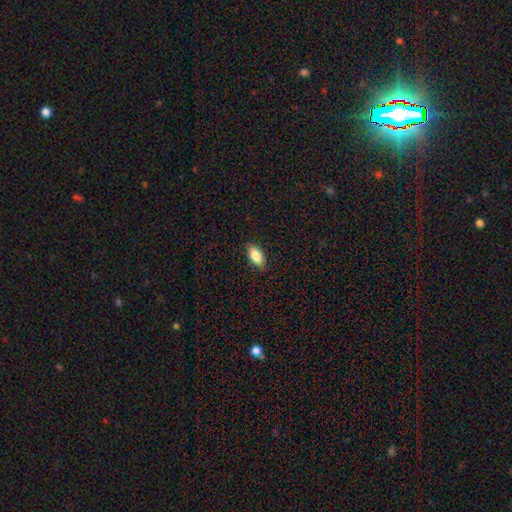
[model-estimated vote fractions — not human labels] Smooth or featured? Predicted: smooth (p=0.82). How rounded? Predicted: in between (p=0.89). Merging? Predicted: none (p=0.87).